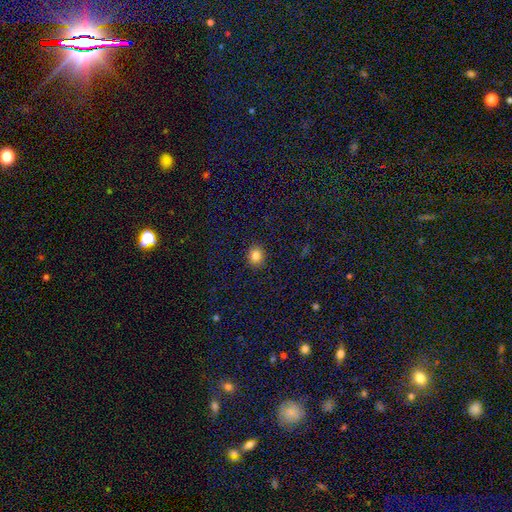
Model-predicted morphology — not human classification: The model was most divided on "how rounded": round: 77%, in between: 22%, cigar-shaped: 1%. More confident: merging — none (91%); smooth or featured — smooth (83%).